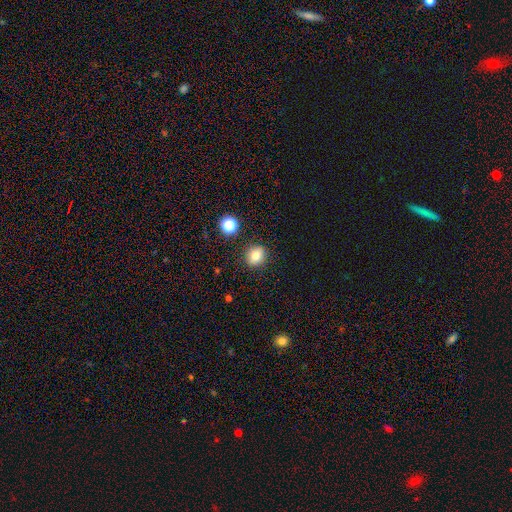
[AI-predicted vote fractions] Q: Smooth or featured?
A: smooth (78%); runner-up: star or artifact (13%)
Q: How rounded?
A: round (73%); runner-up: in between (26%)
Q: Merging?
A: none (87%); runner-up: minor disturbance (9%)